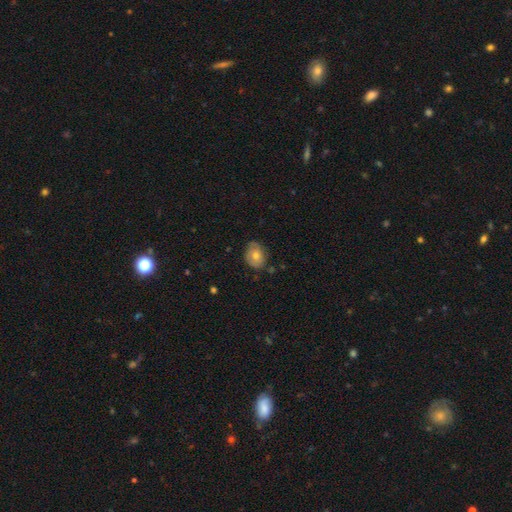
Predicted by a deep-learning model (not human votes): A smooth galaxy with no disk features (56%) that is round (50%).

Vote fractions:
- Smooth or featured? smooth: 56% / featured or disk: 35% / star or artifact: 9%
- How rounded? round: 50% / in between: 49% / cigar-shaped: 1%
- Merging? none: 72% / minor disturbance: 22% / major disturbance: 4% / merger: 2%